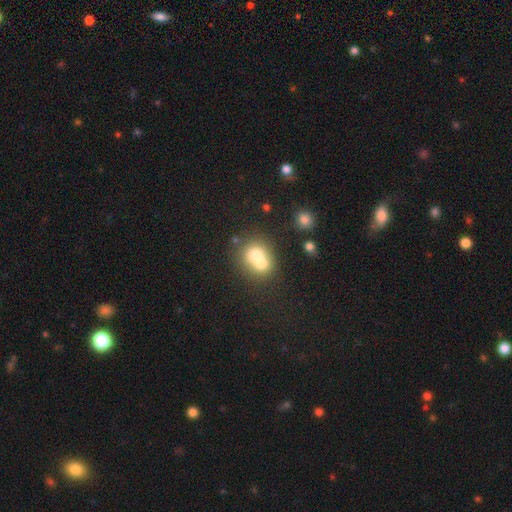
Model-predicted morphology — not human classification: The model was most divided on "merging": merger: 65%, none: 26%, minor disturbance: 6%, major disturbance: 3%. More confident: how rounded — round (73%); smooth or featured — smooth (68%).